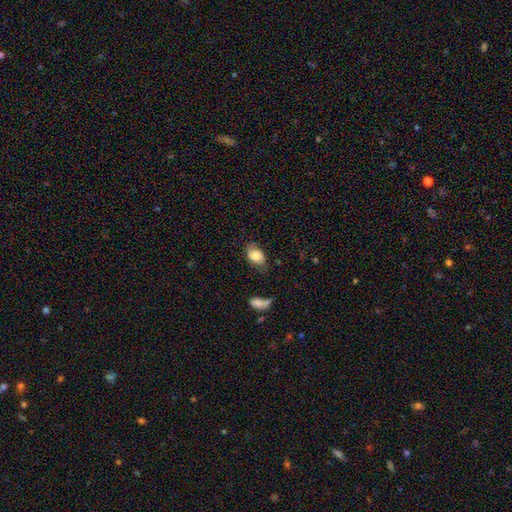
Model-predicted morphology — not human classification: This is likely a smooth galaxy (78%). How rounded: clearly in between (86%). Merging: likely none (60%).